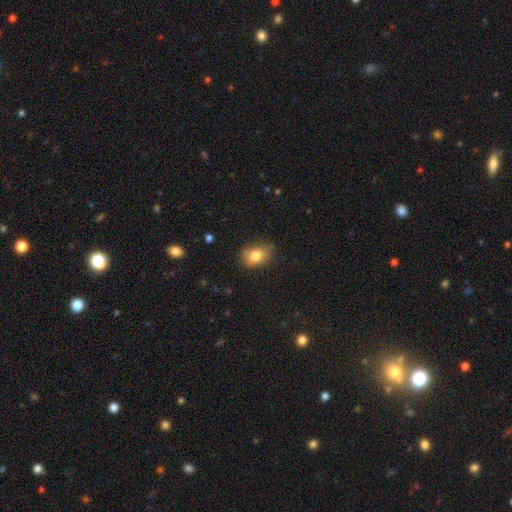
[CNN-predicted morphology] smooth 82%, star or artifact 9%, featured or disk 8%. Down the decision tree: how rounded — in between (71%); merging — none (74%).